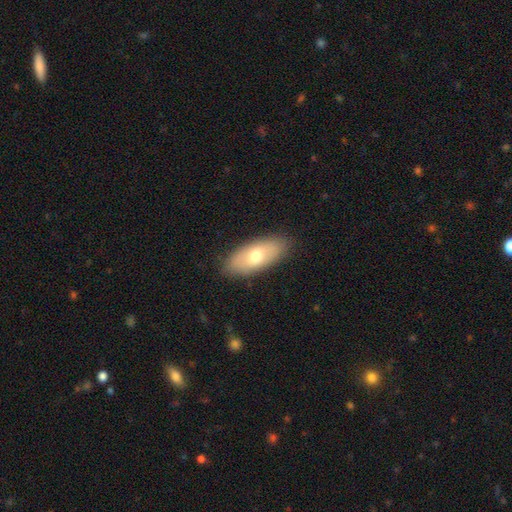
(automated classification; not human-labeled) A smooth galaxy with no disk features (68%) that is in between round and cigar-shaped (86%). Merging: none (87%).